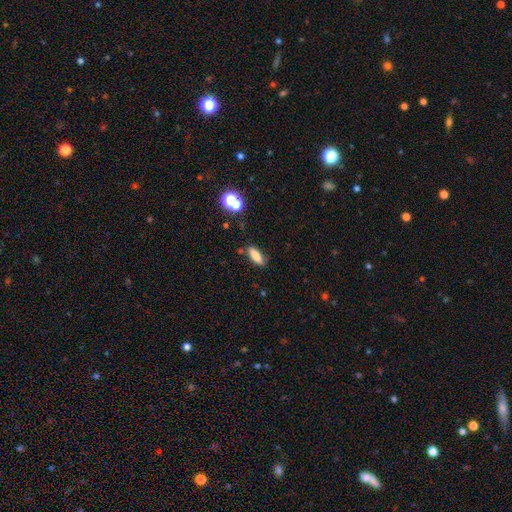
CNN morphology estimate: Smooth or featured? smooth (79%)
How rounded? in between (60%)
Merging? none (78%)